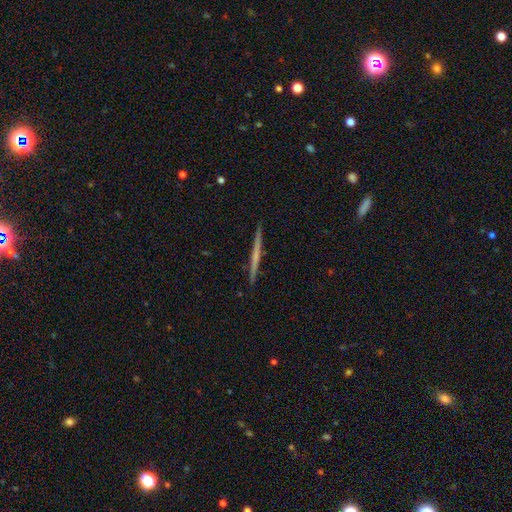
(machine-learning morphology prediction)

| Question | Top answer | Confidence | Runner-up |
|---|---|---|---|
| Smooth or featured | featured or disk | 58% | smooth (37%) |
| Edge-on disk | yes | 98% | no (2%) |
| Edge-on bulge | none | 84% | rounded (12%) |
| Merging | none | 93% | minor disturbance (5%) |